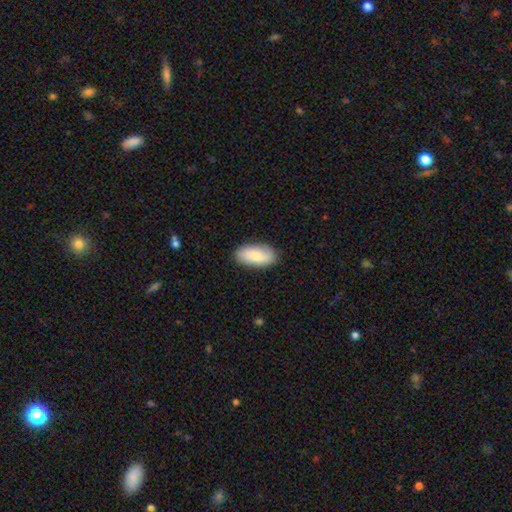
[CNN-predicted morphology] Smooth or featured? Predicted: smooth (p=0.76). How rounded? Predicted: in between (p=0.93). Merging? Predicted: none (p=0.85).